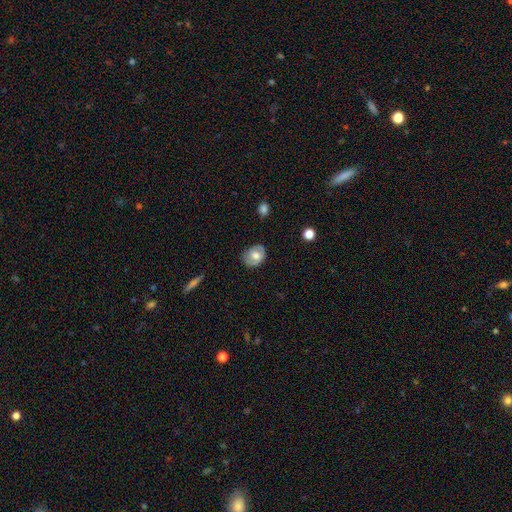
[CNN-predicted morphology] smooth 59%, featured or disk 33%, star or artifact 8%. Down the decision tree: how rounded — in between (52%); merging — none (75%).